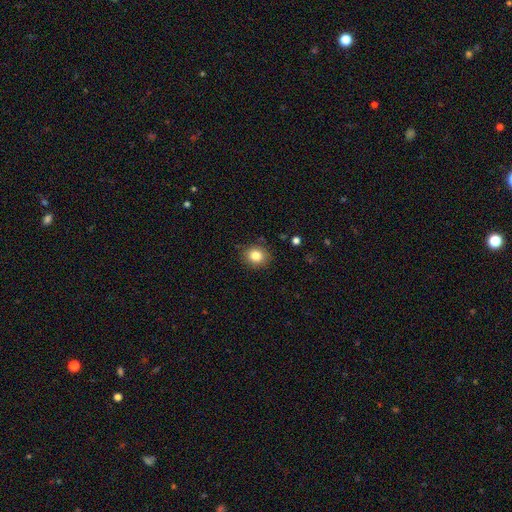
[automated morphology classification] Overall: smooth (83%). How rounded: round (76%). Merging: none (86%).